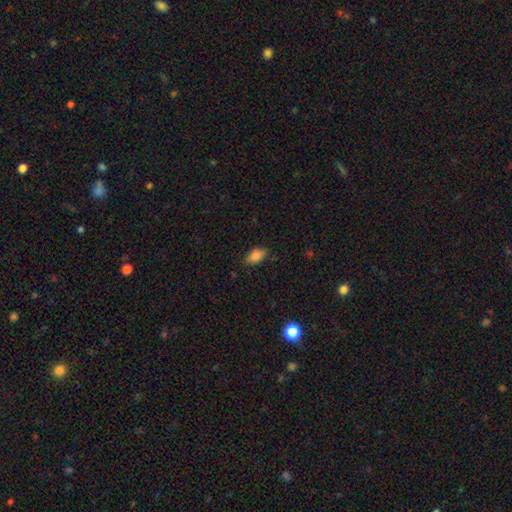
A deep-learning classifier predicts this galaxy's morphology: A smooth galaxy with no disk features (83%) that is in between round and cigar-shaped (90%).

Vote fractions:
- Smooth or featured? smooth: 83% / star or artifact: 9% / featured or disk: 8%
- How rounded? in between: 90% / round: 6% / cigar-shaped: 4%
- Merging? none: 79% / minor disturbance: 17% / major disturbance: 3% / merger: 1%